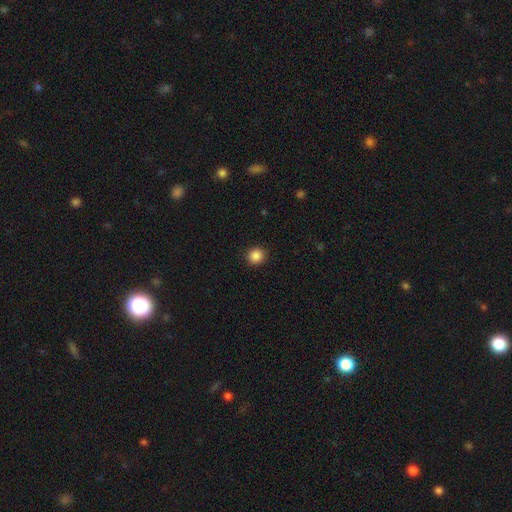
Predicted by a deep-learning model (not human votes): Morphology: type=smooth (87%); roundness=round (91%); merging=none (92%).